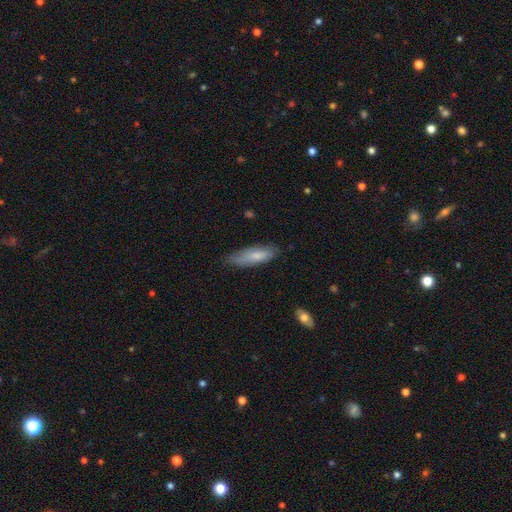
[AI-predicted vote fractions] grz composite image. It shows a smooth galaxy with no disk features (75%) that is cigar-shaped (55%). Merging: none (72%).